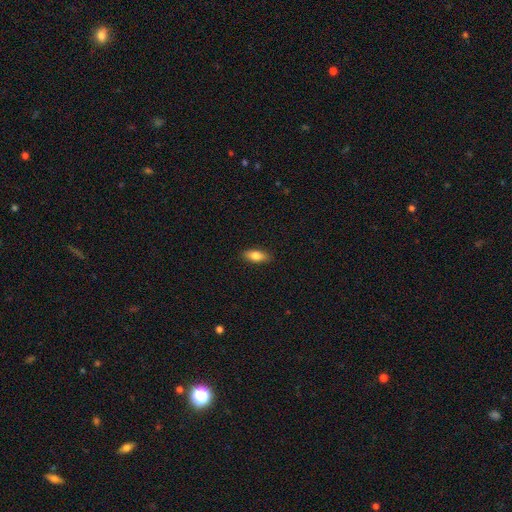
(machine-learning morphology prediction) smooth 79%, featured or disk 15%, star or artifact 7%. Down the decision tree: how rounded — in between (79%); merging — none (88%).